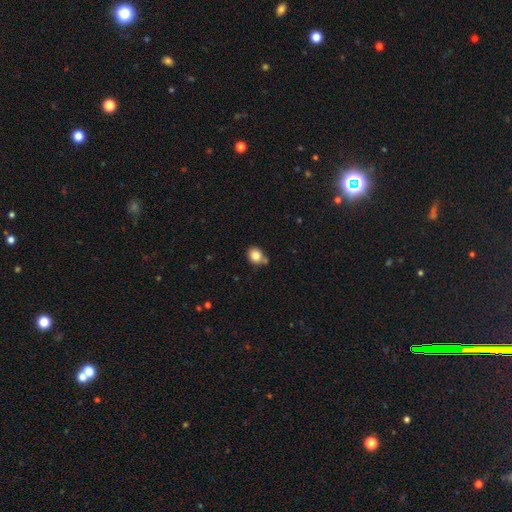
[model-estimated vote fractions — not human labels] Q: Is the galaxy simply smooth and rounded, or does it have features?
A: smooth — 82%.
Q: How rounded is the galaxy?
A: round — 66%.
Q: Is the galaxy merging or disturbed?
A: none — 66%.